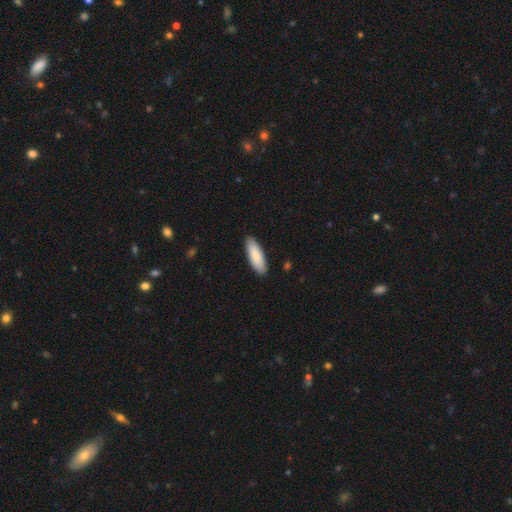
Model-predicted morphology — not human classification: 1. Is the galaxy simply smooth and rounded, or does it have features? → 88% smooth, 7% featured or disk, 5% star or artifact.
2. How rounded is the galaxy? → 60% in between, 39% cigar-shaped, 1% round.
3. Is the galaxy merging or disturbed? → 90% none, 8% minor disturbance, 2% major disturbance, 1% merger.